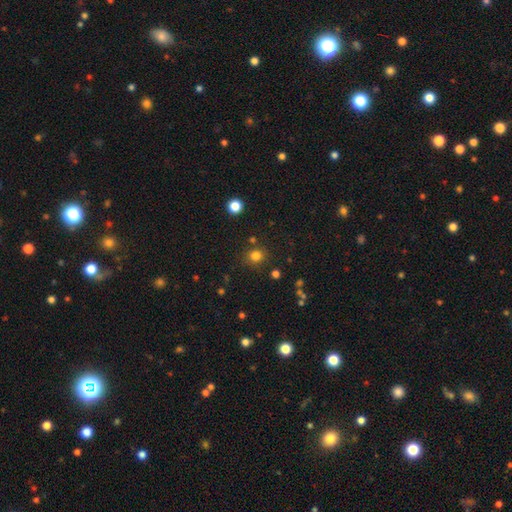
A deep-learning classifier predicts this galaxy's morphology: A smooth galaxy with no disk features (80%) that is round (84%). Merging: none (83%).